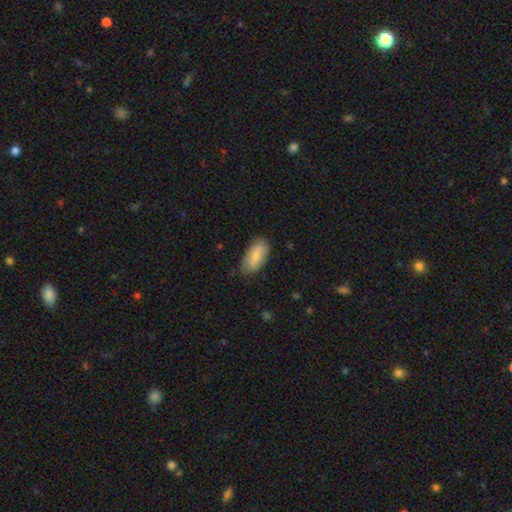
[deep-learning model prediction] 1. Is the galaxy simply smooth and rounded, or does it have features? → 77% smooth, 17% featured or disk, 6% star or artifact.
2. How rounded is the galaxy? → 91% in between, 7% cigar-shaped, 2% round.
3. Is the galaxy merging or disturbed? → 71% none, 23% minor disturbance, 5% major disturbance, 1% merger.